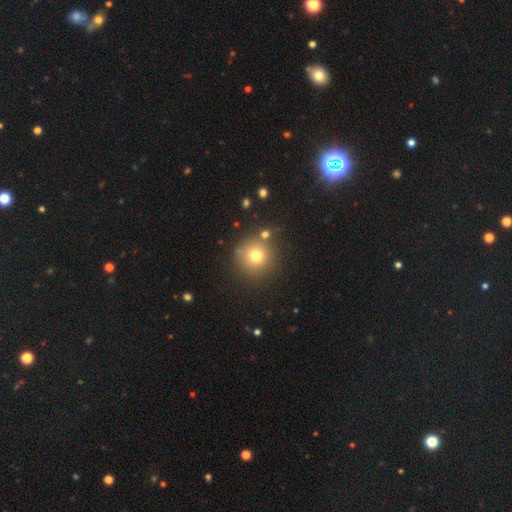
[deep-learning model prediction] A smooth galaxy with no disk features (73%) that is round (95%). Merging: none (81%).